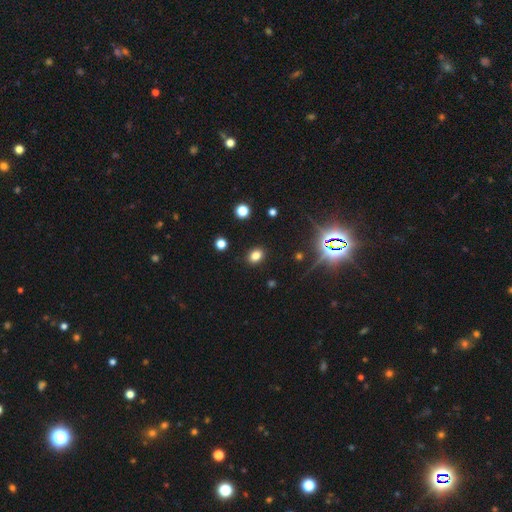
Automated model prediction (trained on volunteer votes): The model was most divided on "how rounded": in between: 60%, round: 39%, cigar-shaped: 1%. More confident: merging — none (89%); smooth or featured — smooth (78%).